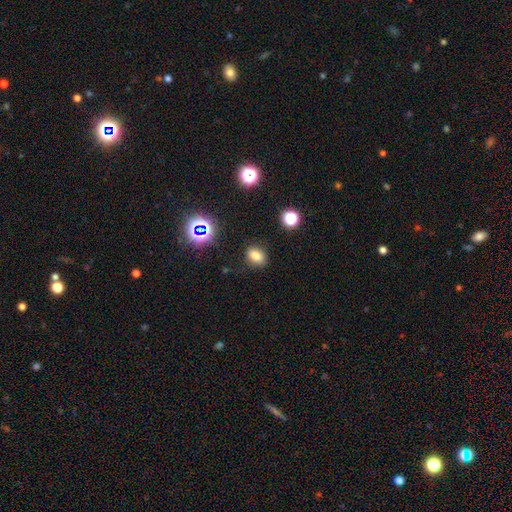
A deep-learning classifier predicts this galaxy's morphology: A smooth galaxy with no disk features (76%) that is in between round and cigar-shaped (70%).

Vote fractions:
- Smooth or featured? smooth: 76% / star or artifact: 17% / featured or disk: 8%
- How rounded? in between: 70% / round: 28% / cigar-shaped: 2%
- Merging? none: 85% / minor disturbance: 10% / major disturbance: 3% / merger: 2%